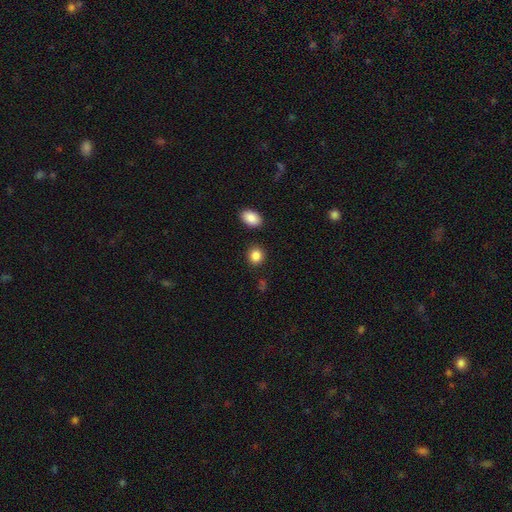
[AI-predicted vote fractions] Smooth or featured? smooth (87%)
How rounded? round (73%)
Merging? none (87%)